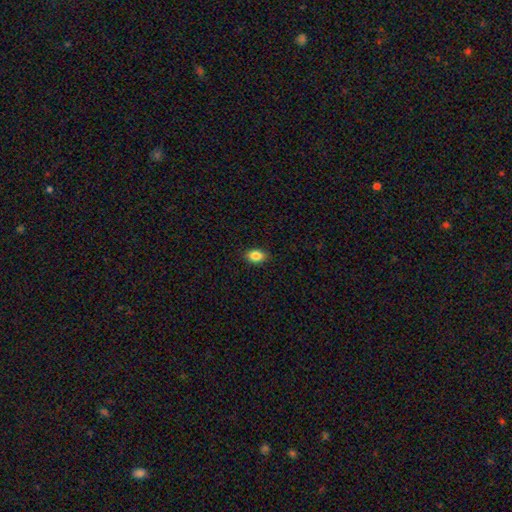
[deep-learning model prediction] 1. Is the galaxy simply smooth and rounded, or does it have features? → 86% smooth, 9% star or artifact, 5% featured or disk.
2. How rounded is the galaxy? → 81% in between, 18% round, 2% cigar-shaped.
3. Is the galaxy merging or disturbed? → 89% none, 9% minor disturbance, 2% major disturbance, 1% merger.